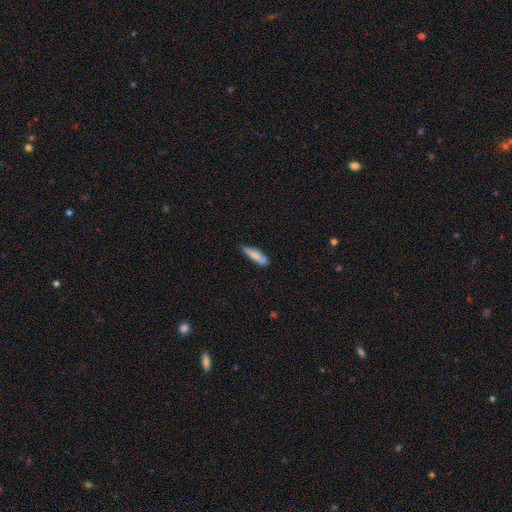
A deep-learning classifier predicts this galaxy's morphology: smooth-or-featured: smooth: 76% | featured or disk: 17% | star or artifact: 6%
  how-rounded: cigar-shaped: 71% | in between: 28% | round: 2%
  merging: none: 66% | minor disturbance: 27% | major disturbance: 5% | merger: 3%